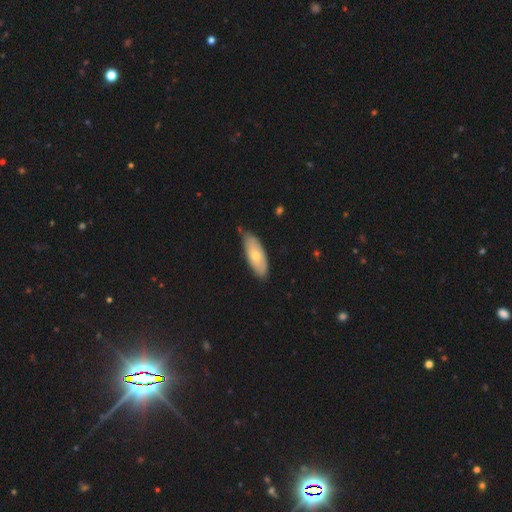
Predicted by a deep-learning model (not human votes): smooth 59%, featured or disk 36%, star or artifact 5%. Down the decision tree: how rounded — in between (76%); merging — none (74%).